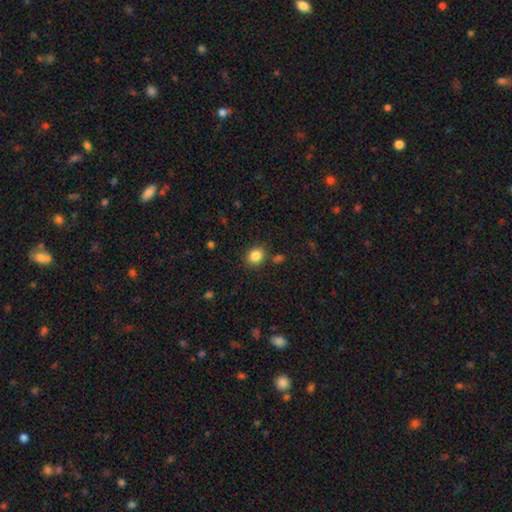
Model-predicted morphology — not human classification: smooth 84%, star or artifact 10%, featured or disk 5%. Down the decision tree: how rounded — round (60%); merging — none (83%).